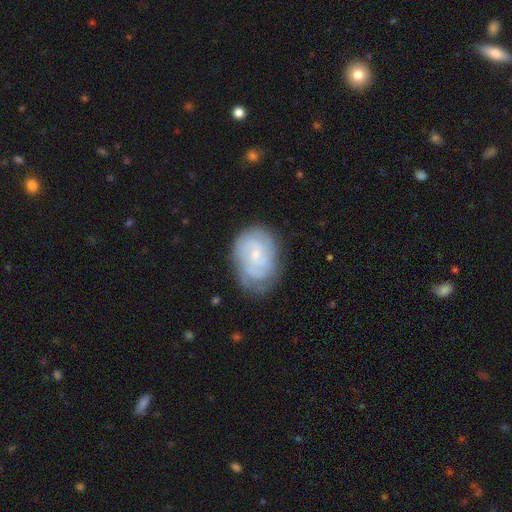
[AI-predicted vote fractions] featured or disk 71%, smooth 22%, star or artifact 7%. Down the decision tree: edge-on disk — no (97%); bar — no (61%); spiral arms — yes (90%); spiral arm count — can't tell (40%); spiral winding — tight (61%); bulge size — small (74%); merging — none (63%).